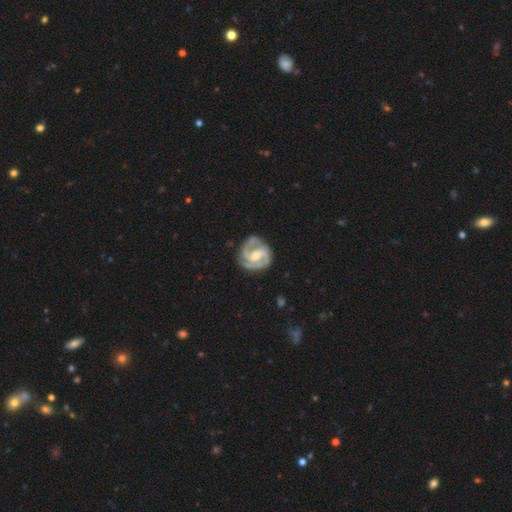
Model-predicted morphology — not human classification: A featured or disk galaxy (91%) with a weak bar (45%), 2 (54%) tight (53%) spiral arms (98%) and a moderate central bulge (56%). Merging: none (76%).